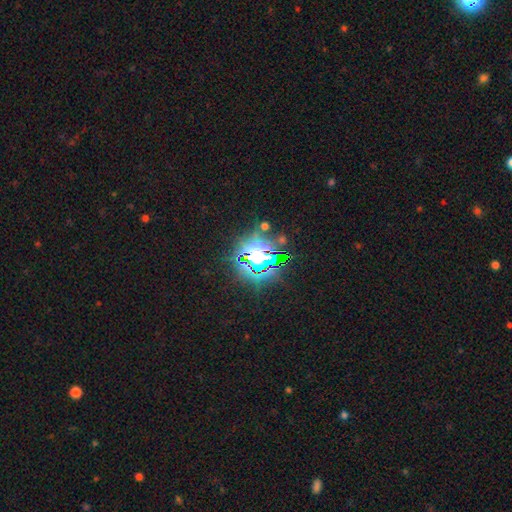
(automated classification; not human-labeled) Q: Smooth or featured?
A: star or artifact (82%); runner-up: smooth (10%)